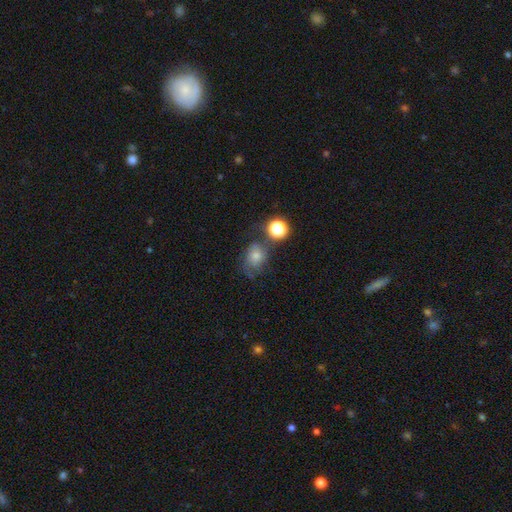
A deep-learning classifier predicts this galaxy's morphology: A smooth galaxy with no disk features (52%) that is round (58%). Merging: none (51%).